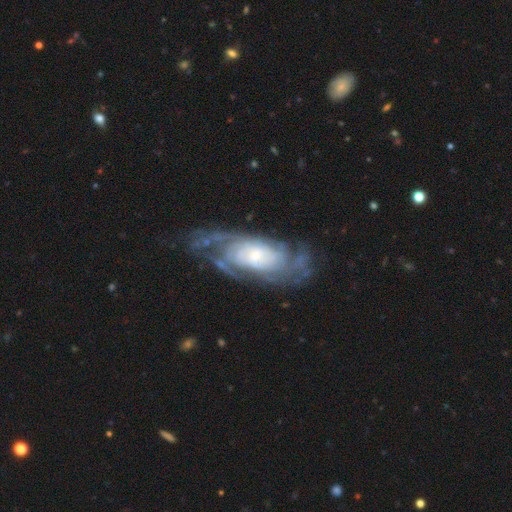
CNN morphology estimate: Smooth or featured: featured or disk — 85% (smooth — 9%)
Edge-on disk: no — 94% (yes — 6%)
Bar: no — 68% (weak — 25%)
Spiral arms: yes — 95% (no — 5%)
Spiral winding: tight — 60% (medium — 32%)
Spiral arm count: can't tell — 37% (2 — 19%)
Bulge size: small — 53% (moderate — 29%)
Merging: none — 64% (minor disturbance — 20%)